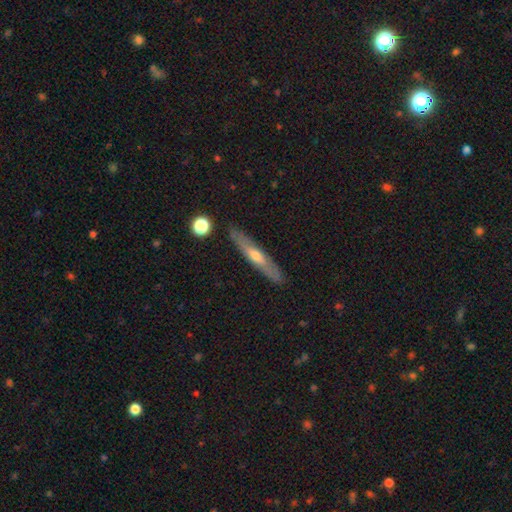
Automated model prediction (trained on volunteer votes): smooth-or-featured: featured or disk: 54% | smooth: 40% | star or artifact: 6%
  disk-edge-on: yes: 85% | no: 15%
  merging: none: 88% | minor disturbance: 8% | major disturbance: 2% | merger: 2%